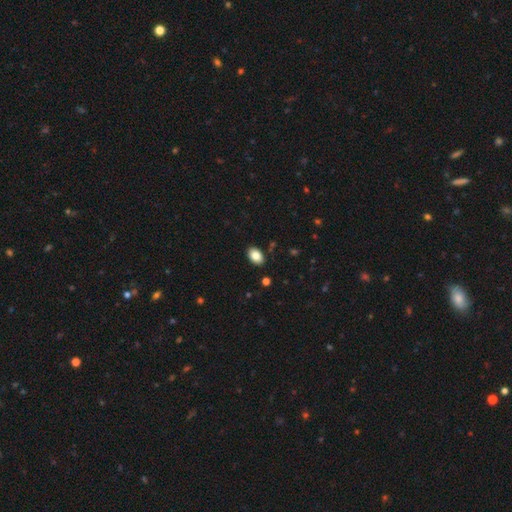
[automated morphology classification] Smooth or featured: smooth — 86% (star or artifact — 8%)
How rounded: in between — 89% (round — 10%)
Merging: none — 89% (minor disturbance — 8%)